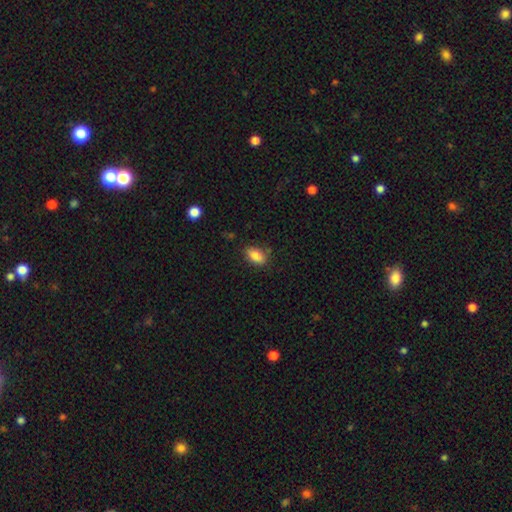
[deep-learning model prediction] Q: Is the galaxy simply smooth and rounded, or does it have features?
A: smooth — 85%.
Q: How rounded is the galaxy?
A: in between — 89%.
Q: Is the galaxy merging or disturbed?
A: none — 80%.